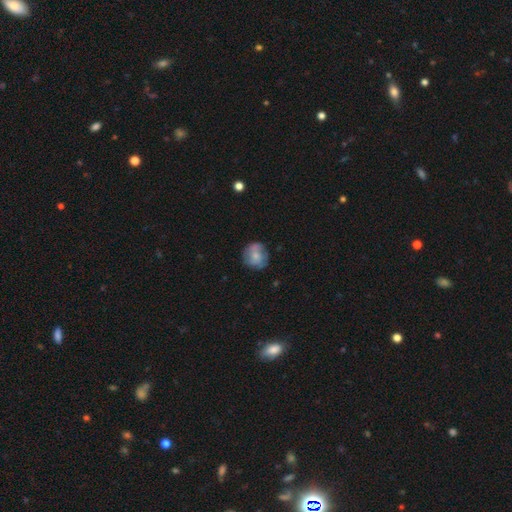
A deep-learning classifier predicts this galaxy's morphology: A smooth galaxy with no disk features (56%) that is round (83%).

Vote fractions:
- Smooth or featured? smooth: 56% / featured or disk: 36% / star or artifact: 8%
- How rounded? round: 83% / in between: 15% / cigar-shaped: 1%
- Merging? none: 70% / minor disturbance: 21% / major disturbance: 7% / merger: 2%